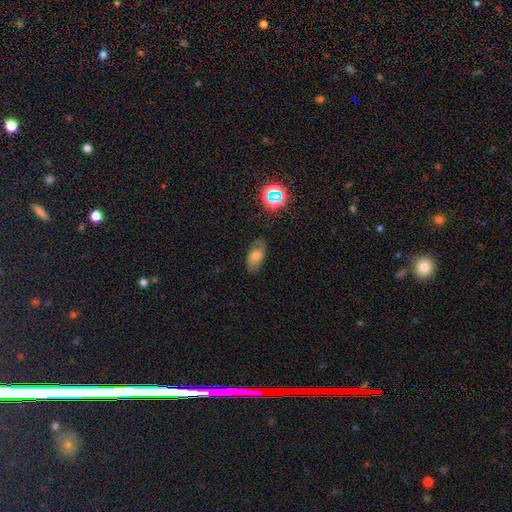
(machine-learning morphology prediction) This is possibly a smooth galaxy (50%). How rounded: clearly in between (89%). Merging: likely none (72%).